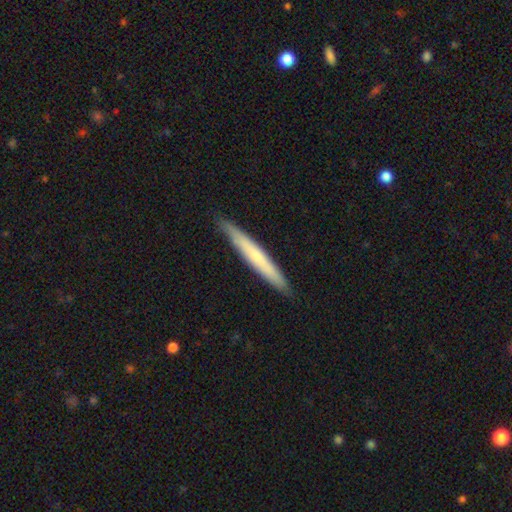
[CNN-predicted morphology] A smooth galaxy with no disk features (55%) that is cigar-shaped (96%).

Vote fractions:
- Smooth or featured? smooth: 55% / featured or disk: 39% / star or artifact: 5%
- How rounded? cigar-shaped: 96% / in between: 3% / round: 1%
- Merging? none: 89% / minor disturbance: 8% / major disturbance: 1% / merger: 1%